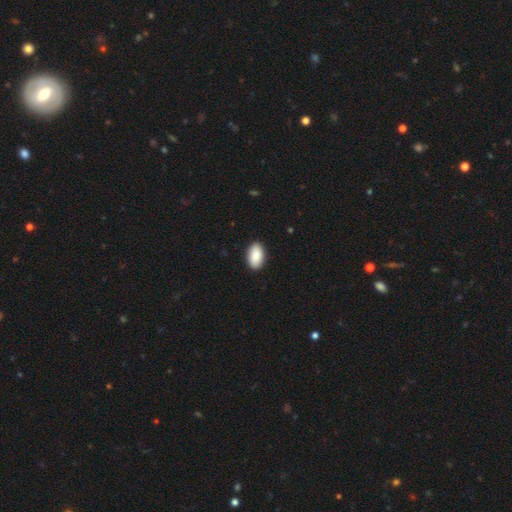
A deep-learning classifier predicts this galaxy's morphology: This is clearly a smooth galaxy (88%). How rounded: clearly in between (95%). Merging: clearly none (90%).